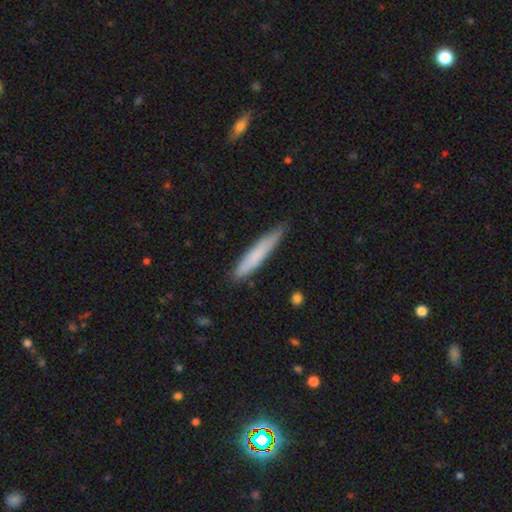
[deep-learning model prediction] smooth_or_featured: smooth (p=0.73) [alt: featured or disk p=0.21]
how_rounded: cigar-shaped (p=0.93) [alt: in between p=0.05]
merging: none (p=0.80) [alt: minor disturbance p=0.17]